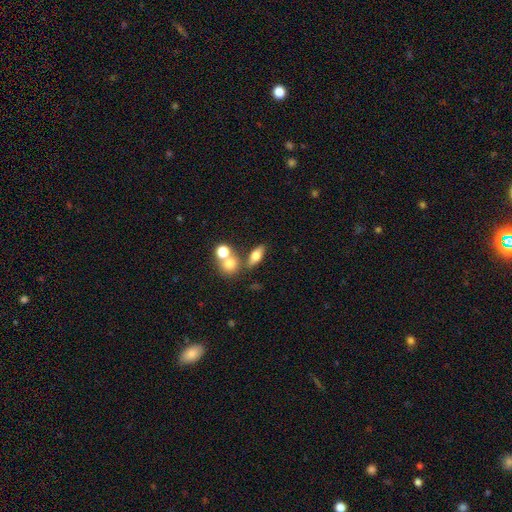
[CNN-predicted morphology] A smooth galaxy with no disk features (69%) that is in between round and cigar-shaped (67%). Merging: none (63%).